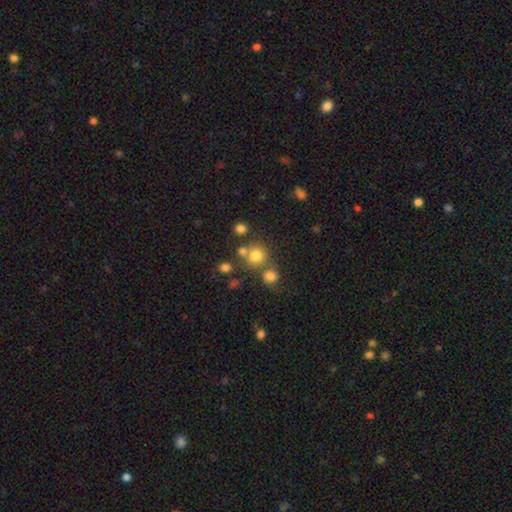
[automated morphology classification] Smooth or featured: smooth — 76% (star or artifact — 15%)
How rounded: round — 89% (in between — 10%)
Merging: none — 63% (merger — 23%)